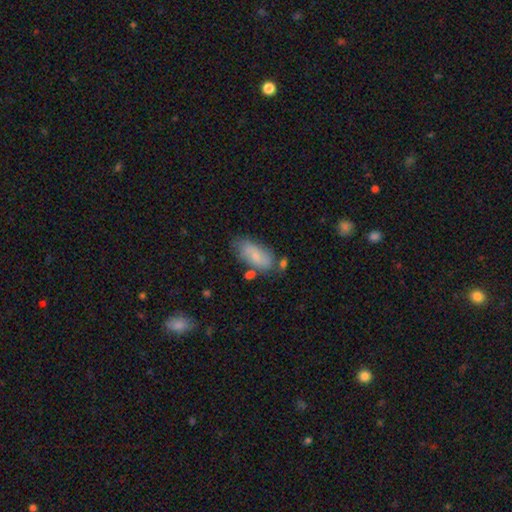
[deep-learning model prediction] Overall: smooth (70%). How rounded: in between (88%). Merging: none (61%; minor disturbance 23%).